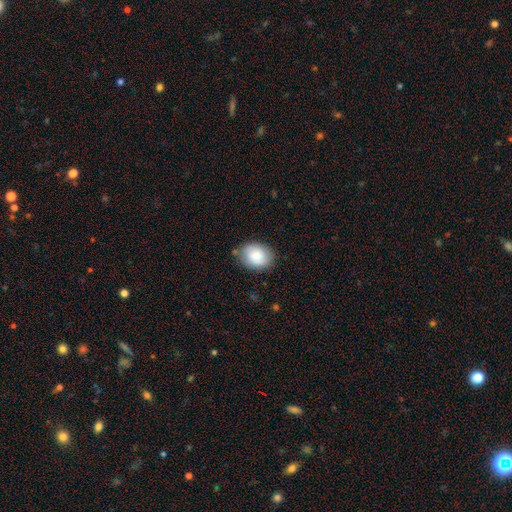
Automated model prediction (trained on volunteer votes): Smooth or featured? Predicted: smooth (p=0.85). How rounded? Predicted: in between (p=0.66). Merging? Predicted: none (p=0.79).